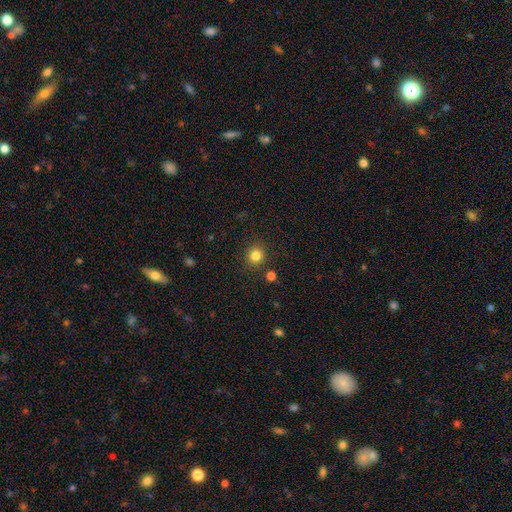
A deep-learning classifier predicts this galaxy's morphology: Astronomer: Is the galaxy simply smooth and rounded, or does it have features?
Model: smooth — 82%.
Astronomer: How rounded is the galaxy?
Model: round — 91%.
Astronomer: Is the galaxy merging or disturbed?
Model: none — 88%.